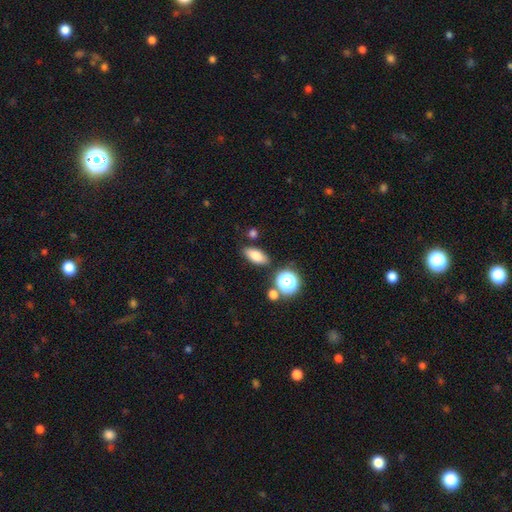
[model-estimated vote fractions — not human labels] This is likely a smooth galaxy (78%). How rounded: likely in between (77%). Merging: clearly none (83%).